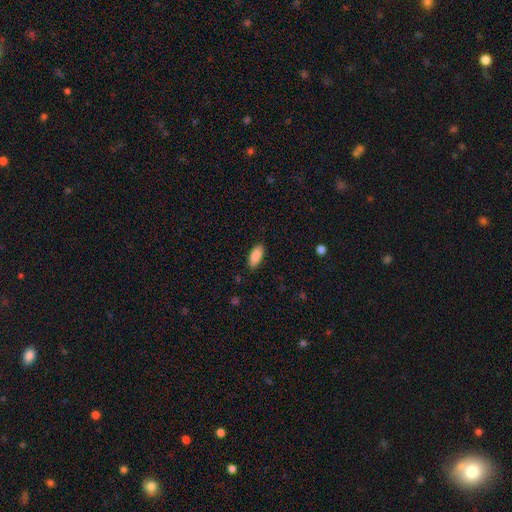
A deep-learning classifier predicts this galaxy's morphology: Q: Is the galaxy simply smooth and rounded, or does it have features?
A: smooth — 89%.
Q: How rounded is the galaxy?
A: in between — 85%.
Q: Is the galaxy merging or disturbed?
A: none — 87%.